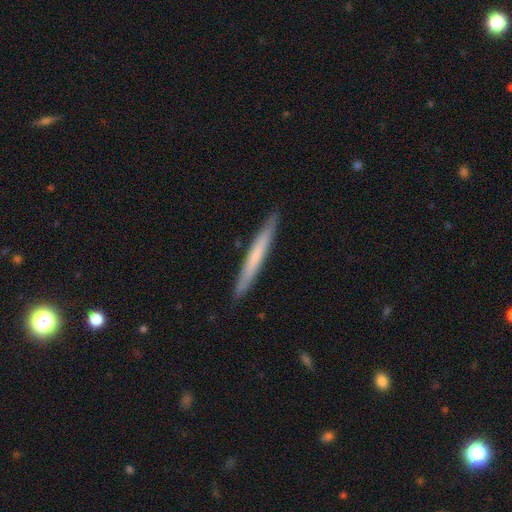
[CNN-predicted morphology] A smooth galaxy with no disk features (57%) that is cigar-shaped (97%).

Vote fractions:
- Smooth or featured? smooth: 57% / featured or disk: 37% / star or artifact: 5%
- How rounded? cigar-shaped: 97% / in between: 2% / round: 1%
- Merging? none: 91% / minor disturbance: 7% / major disturbance: 1% / merger: 1%